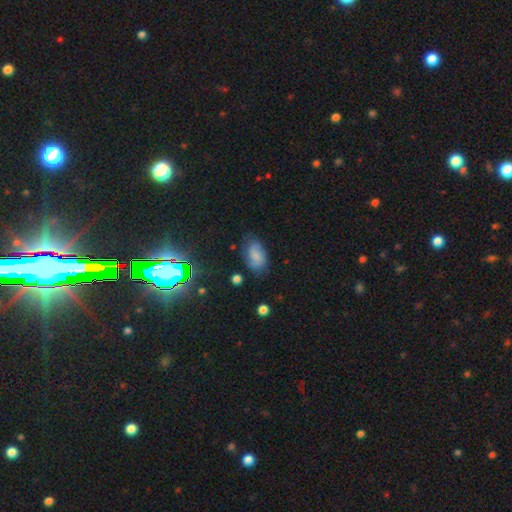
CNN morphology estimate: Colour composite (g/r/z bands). It shows a smooth galaxy with no disk features (54%) that is in between round and cigar-shaped (89%). Merging: none (62%).